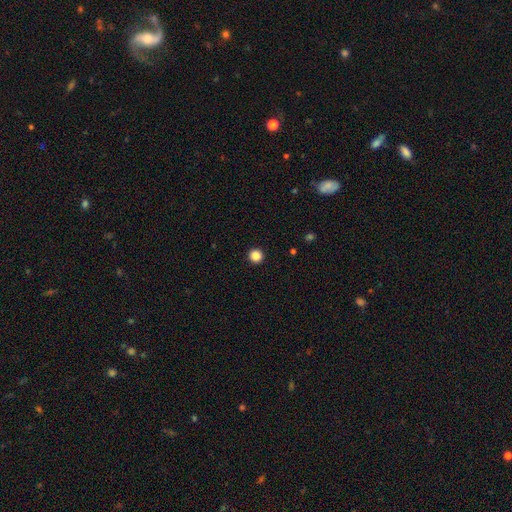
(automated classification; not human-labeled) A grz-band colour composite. It shows a smooth galaxy with no disk features (86%) that is round (96%). Merging: none (94%).